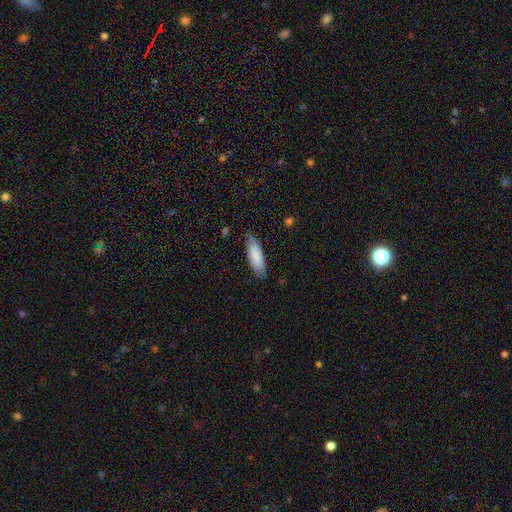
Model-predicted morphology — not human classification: A smooth galaxy with no disk features (82%) that is in between round and cigar-shaped (61%).

Vote fractions:
- Smooth or featured? smooth: 82% / featured or disk: 12% / star or artifact: 6%
- How rounded? in between: 61% / cigar-shaped: 38% / round: 1%
- Merging? none: 77% / minor disturbance: 19% / major disturbance: 3% / merger: 1%